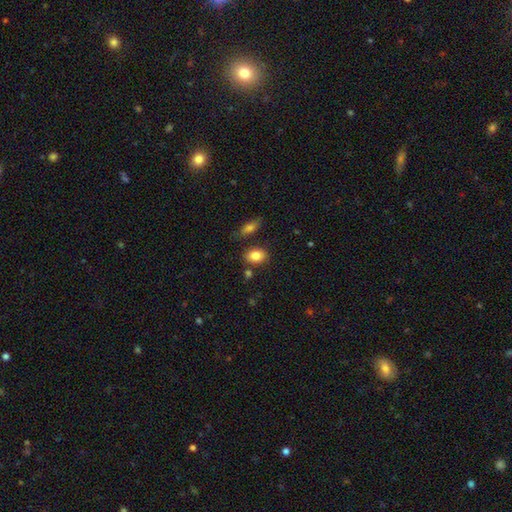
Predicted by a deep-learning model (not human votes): Smooth or featured?
  - smooth: 83% *
  - star or artifact: 9%
  - featured or disk: 8%
How rounded?
  - in between: 73% *
  - round: 26%
  - cigar-shaped: 2%
Merging?
  - none: 76% *
  - minor disturbance: 12%
  - merger: 8%
  - major disturbance: 3%